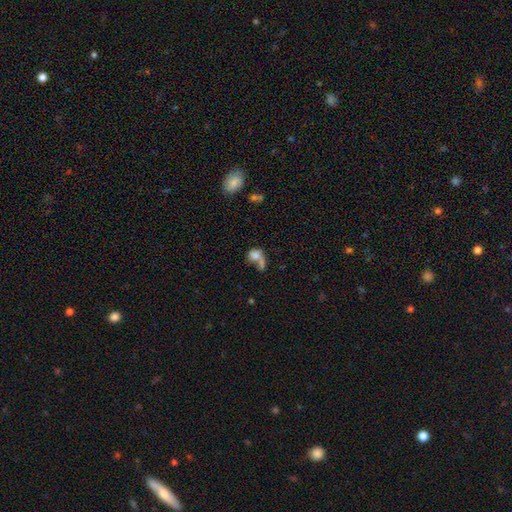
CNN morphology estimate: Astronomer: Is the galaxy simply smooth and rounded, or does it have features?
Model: smooth — 73%.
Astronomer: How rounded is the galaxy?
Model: round — 51% (runner-up: in between, 47%).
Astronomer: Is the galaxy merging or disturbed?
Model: merger — 54%.